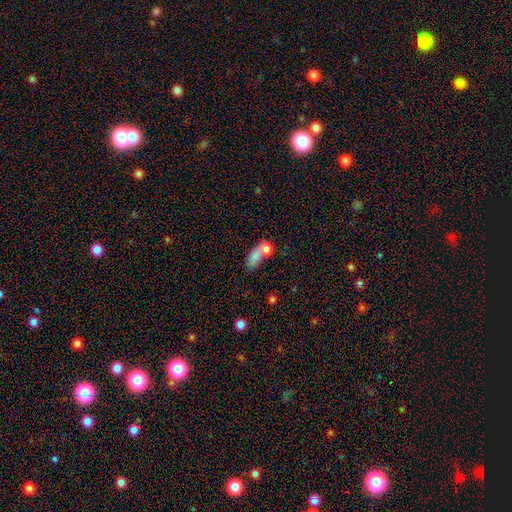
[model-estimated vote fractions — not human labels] smooth_or_featured: smooth (p=0.74) [alt: featured or disk p=0.16]
how_rounded: in between (p=0.72) [alt: round p=0.16]
merging: merger (p=0.52) [alt: none p=0.25]